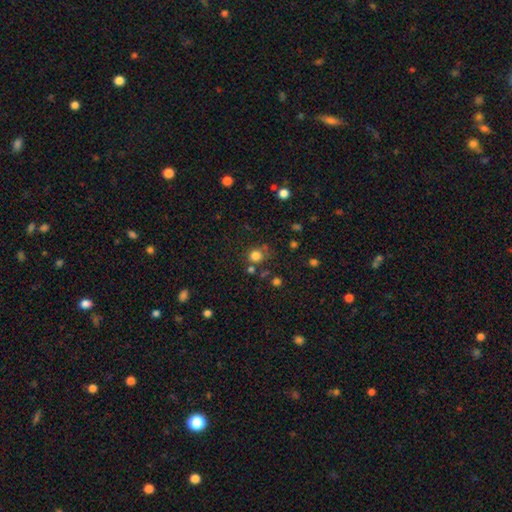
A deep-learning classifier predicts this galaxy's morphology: type=smooth (79%); roundness=round (85%); merging=none (67%).